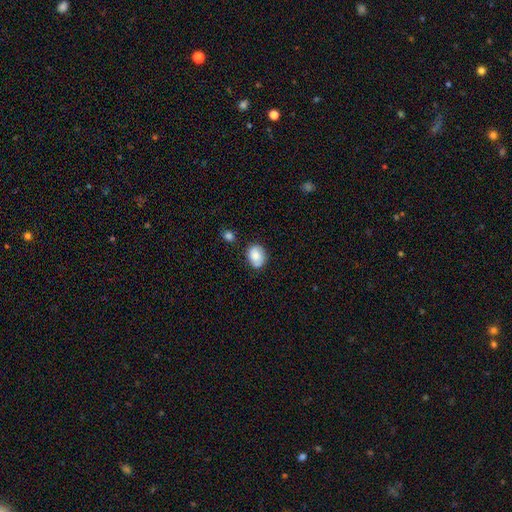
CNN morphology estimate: A smooth galaxy with no disk features (80%) that is in between round and cigar-shaped (62%). Merging: none (72%).